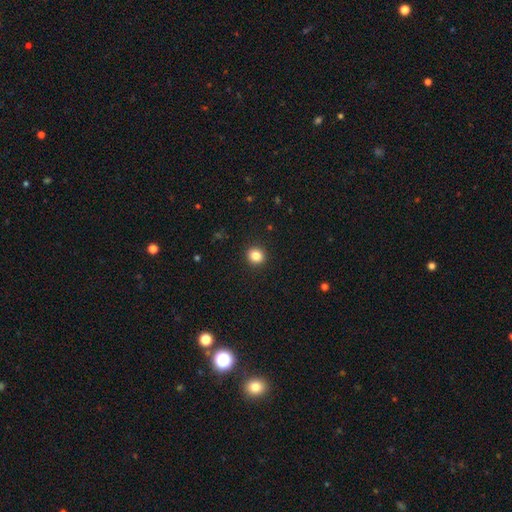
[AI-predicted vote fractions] Overall: smooth (84%). How rounded: round (86%). Merging: none (92%).